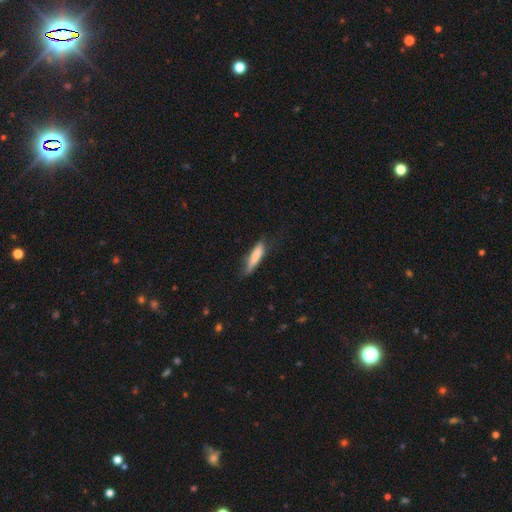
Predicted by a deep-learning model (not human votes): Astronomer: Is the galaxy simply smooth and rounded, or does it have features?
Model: smooth — 80%.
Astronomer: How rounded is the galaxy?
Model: cigar-shaped — 81%.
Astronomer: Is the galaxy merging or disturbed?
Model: none — 67%.